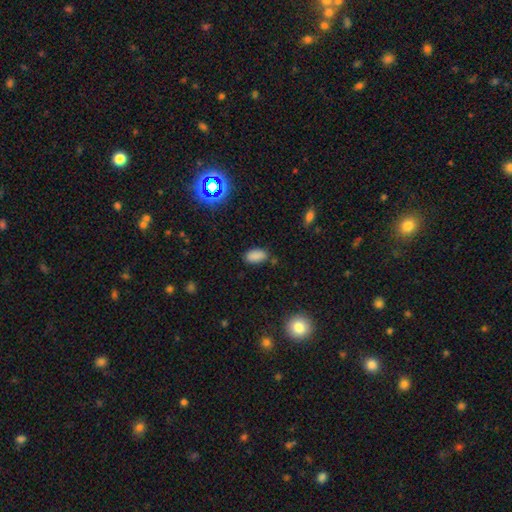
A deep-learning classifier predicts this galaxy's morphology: The model was most divided on "merging": none: 79%, minor disturbance: 15%, major disturbance: 3%, merger: 3%. More confident: how rounded — in between (93%); smooth or featured — smooth (83%).